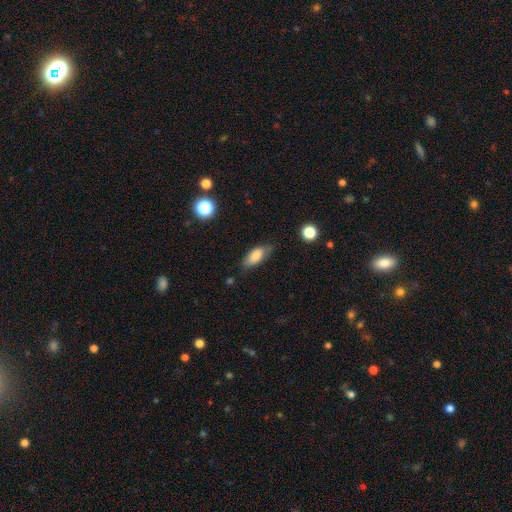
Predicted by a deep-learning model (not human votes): A smooth galaxy with no disk features (81%) that is in between round and cigar-shaped (83%).

Vote fractions:
- Smooth or featured? smooth: 81% / featured or disk: 11% / star or artifact: 8%
- How rounded? in between: 83% / cigar-shaped: 14% / round: 3%
- Merging? none: 69% / minor disturbance: 23% / major disturbance: 5% / merger: 2%